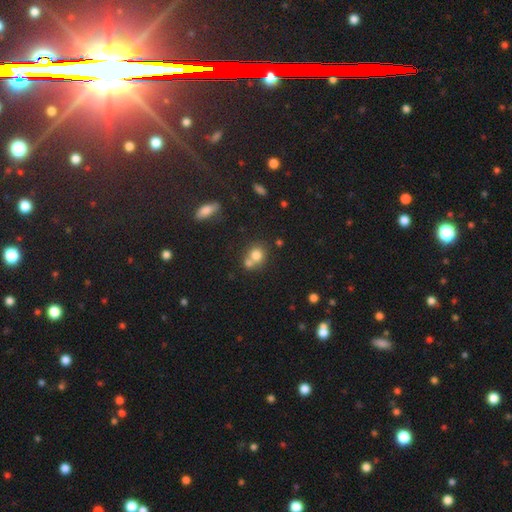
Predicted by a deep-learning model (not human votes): Smooth or featured? smooth (76%)
How rounded? round (77%)
Merging? merger (47%)